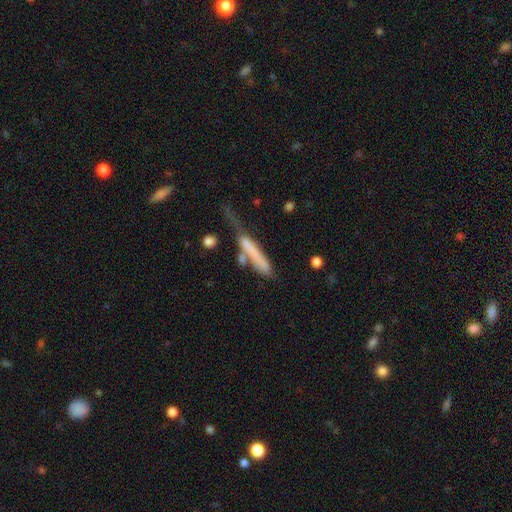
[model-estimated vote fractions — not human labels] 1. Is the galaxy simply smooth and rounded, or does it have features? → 63% smooth, 29% featured or disk, 8% star or artifact.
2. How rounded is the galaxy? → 89% cigar-shaped, 9% in between, 2% round.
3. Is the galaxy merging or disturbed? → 34% none, 24% minor disturbance, 23% major disturbance, 19% merger.